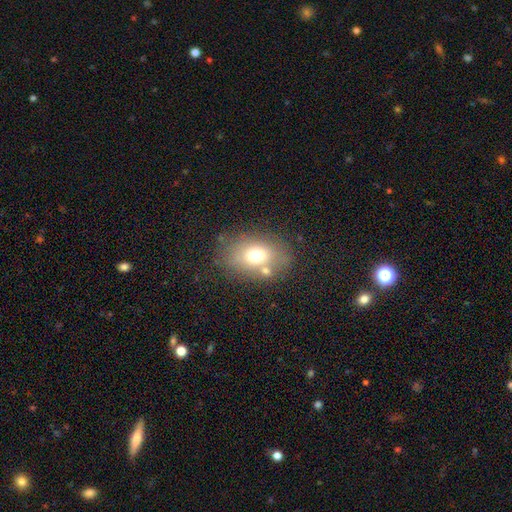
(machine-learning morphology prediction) This is likely a smooth galaxy (68%). How rounded: likely in between (68%). Merging: likely none (70%).